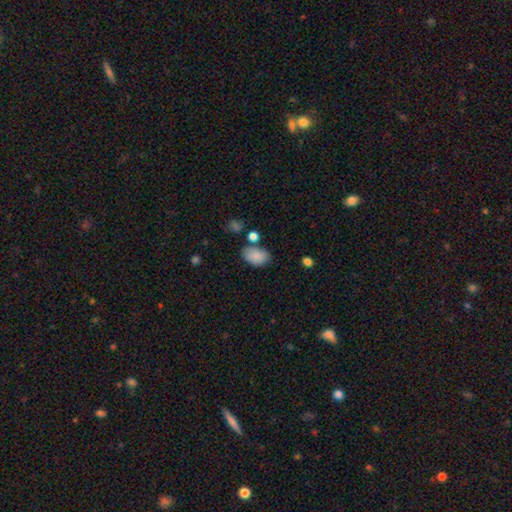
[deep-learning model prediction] This appears to be a smooth galaxy with no disk features (86%) that is in between round and cigar-shaped (90%). Merging: none (66%).